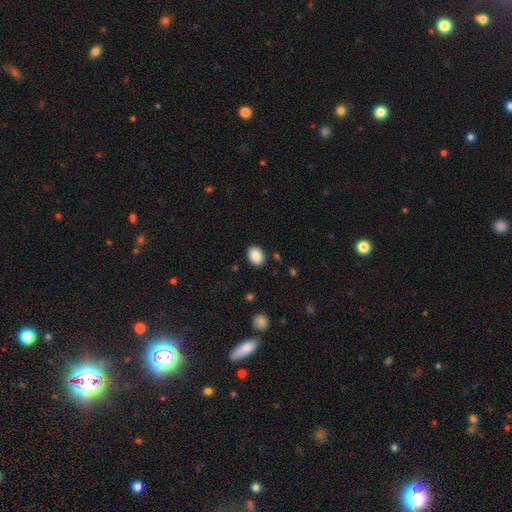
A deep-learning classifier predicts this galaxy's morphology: Smooth or featured? Predicted: smooth (p=0.88). How rounded? Predicted: in between (p=0.72). Merging? Predicted: none (p=0.88).